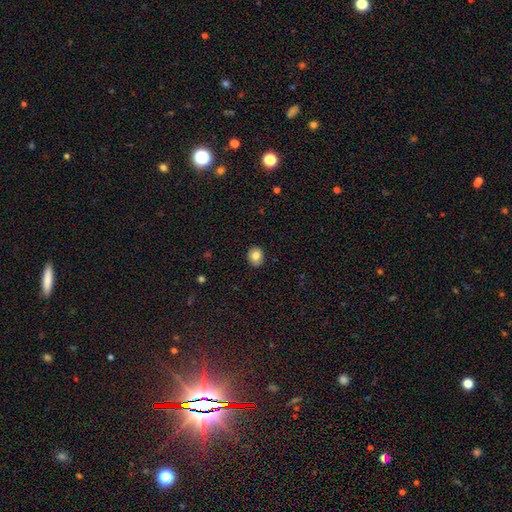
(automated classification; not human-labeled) Smooth or featured? smooth (82%)
How rounded? round (71%)
Merging? none (90%)